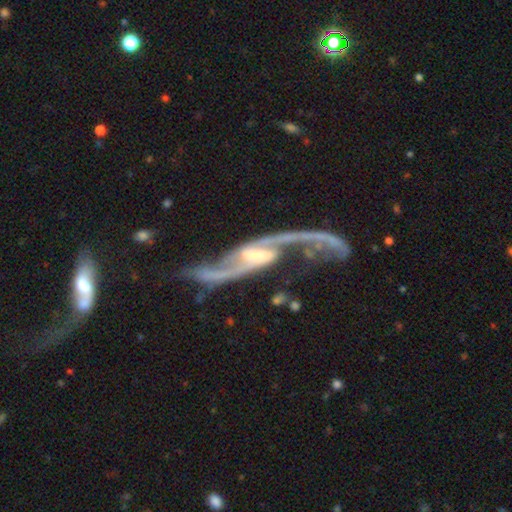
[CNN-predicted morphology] The model was most divided on "bar": strong: 43%, weak: 41%, no: 16%. Remaining: spiral arms — yes (97%); edge-on disk — no (94%); spiral arm count — 2 (94%); smooth or featured — featured or disk (92%); spiral winding — loose (82%); merging — none (57%); bulge size — small (35%).